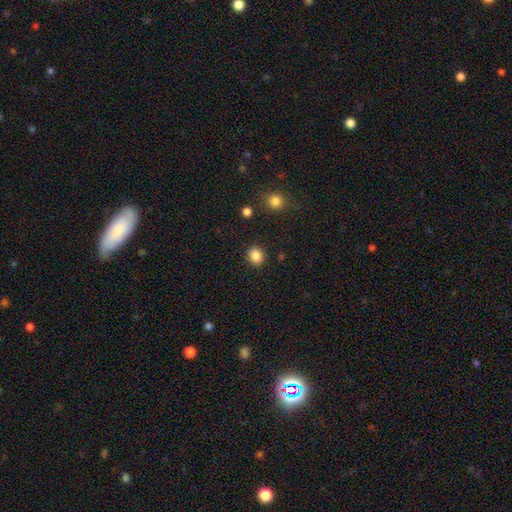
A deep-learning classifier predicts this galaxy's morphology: smooth-or-featured: smooth: 85% | star or artifact: 10% | featured or disk: 4%
  how-rounded: round: 76% | in between: 23% | cigar-shaped: 1%
  merging: none: 89% | minor disturbance: 7% | major disturbance: 2% | merger: 2%